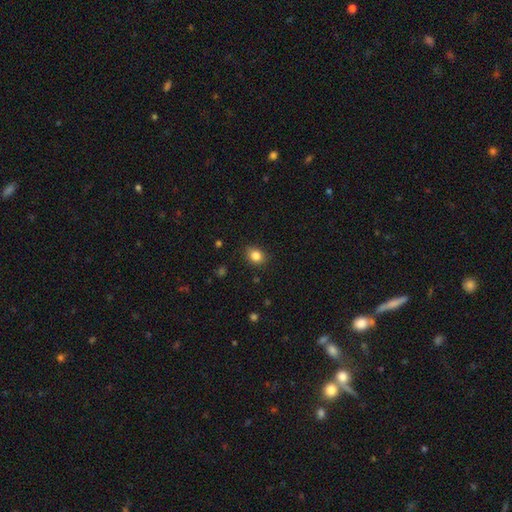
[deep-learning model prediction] A smooth galaxy with no disk features (84%) that is round (51%). Merging: none (86%).